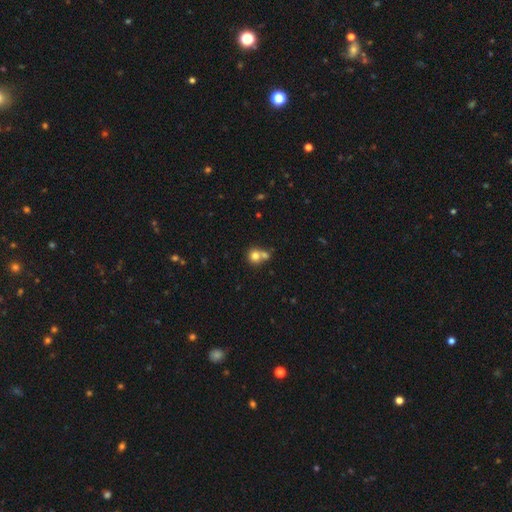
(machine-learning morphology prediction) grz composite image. It shows a smooth galaxy with no disk features (77%) that is round (85%). Merging: merger (46%).